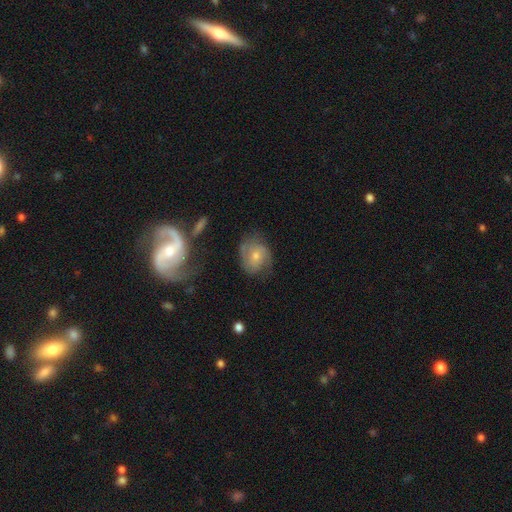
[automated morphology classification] This appears to be a featured or disk galaxy (67%) with no bar (63%), 2 (58%) medium (43%) spiral arms (90%) and a small central bulge (52%). Merging: none (62%).